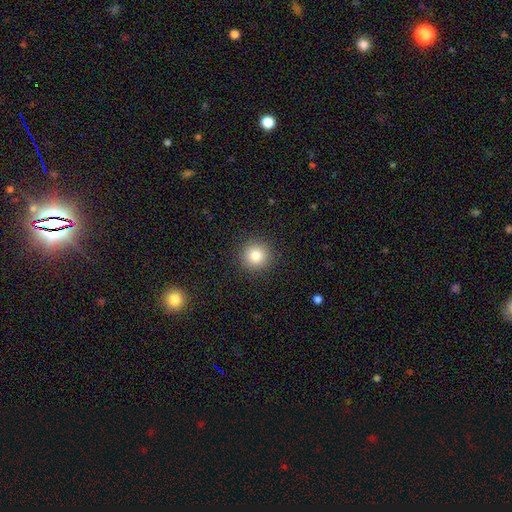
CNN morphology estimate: Smooth or featured?
  - smooth: 83% *
  - star or artifact: 11%
  - featured or disk: 6%
How rounded?
  - round: 94% *
  - in between: 5%
  - cigar-shaped: 1%
Merging?
  - none: 91% *
  - minor disturbance: 6%
  - major disturbance: 2%
  - merger: 1%